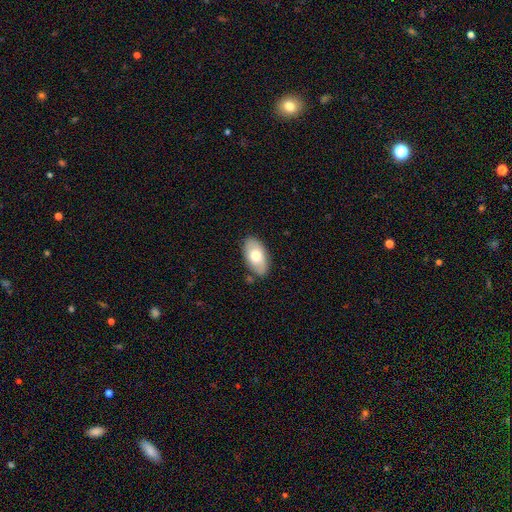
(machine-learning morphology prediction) smooth-or-featured: smooth: 71% | featured or disk: 23% | star or artifact: 6%
  how-rounded: in between: 94% | round: 4% | cigar-shaped: 2%
  merging: none: 82% | minor disturbance: 13% | major disturbance: 3% | merger: 2%